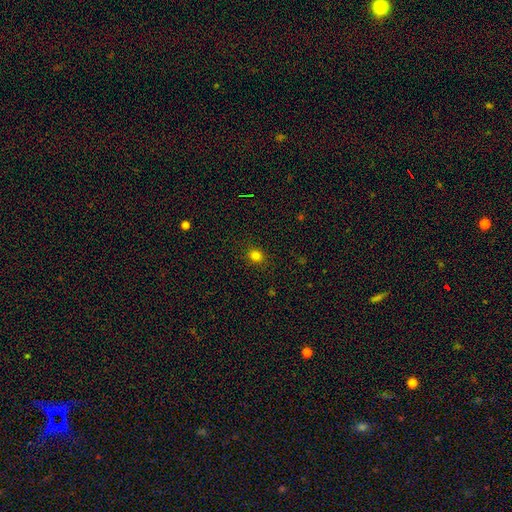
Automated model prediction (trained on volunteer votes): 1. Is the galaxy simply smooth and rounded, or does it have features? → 80% smooth, 15% star or artifact, 5% featured or disk.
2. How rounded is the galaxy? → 74% round, 25% in between, 1% cigar-shaped.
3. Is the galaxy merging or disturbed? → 89% none, 7% minor disturbance, 2% major disturbance, 1% merger.